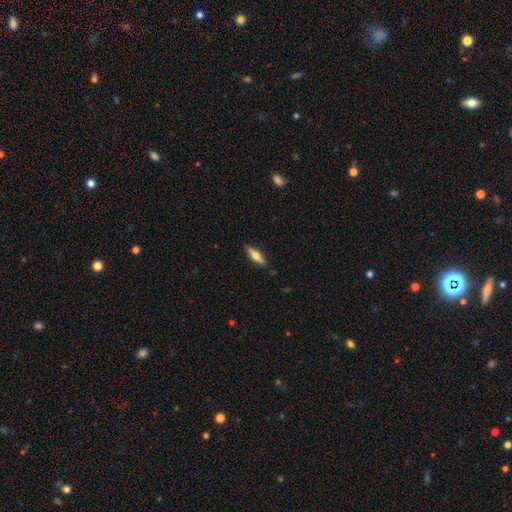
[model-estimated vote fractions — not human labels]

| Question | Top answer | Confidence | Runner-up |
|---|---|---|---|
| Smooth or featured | smooth | 50% | featured or disk (44%) |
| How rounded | cigar-shaped | 59% | in between (38%) |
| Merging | none | 88% | minor disturbance (9%) |